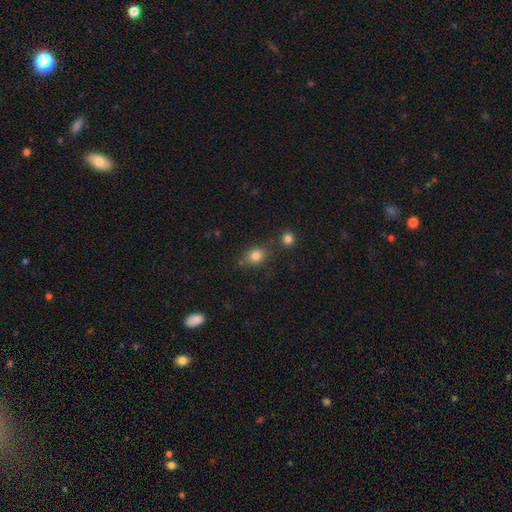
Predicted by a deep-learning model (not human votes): smooth 81%, star or artifact 12%, featured or disk 7%. Down the decision tree: how rounded — round (56%); merging — none (74%).